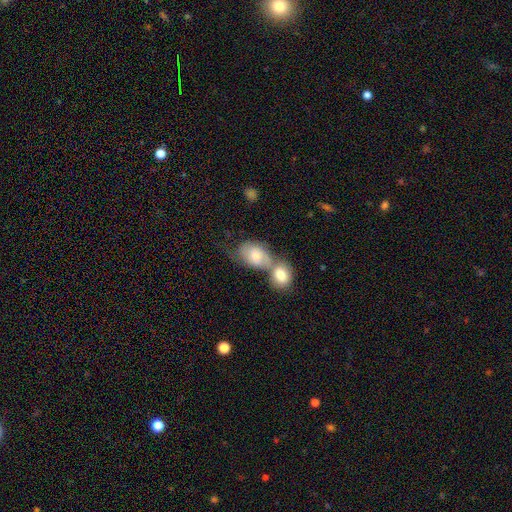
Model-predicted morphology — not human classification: Smooth or featured: smooth — 67% (featured or disk — 26%)
How rounded: in between — 75% (round — 24%)
Merging: merger — 67% (none — 17%)